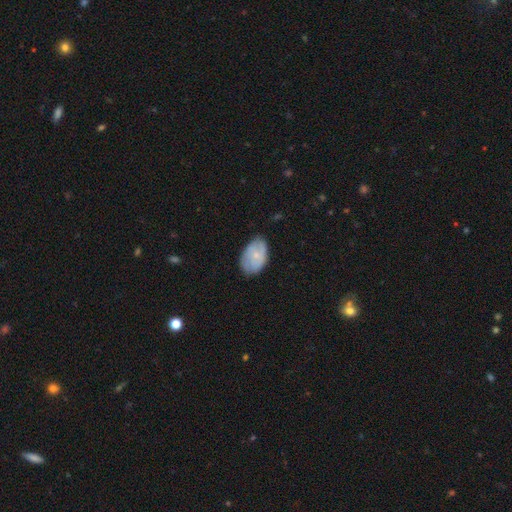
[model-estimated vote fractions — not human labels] smooth-or-featured: smooth: 58% | featured or disk: 35% | star or artifact: 7%
  how-rounded: in between: 89% | round: 10% | cigar-shaped: 1%
  merging: none: 68% | minor disturbance: 25% | major disturbance: 6% | merger: 1%